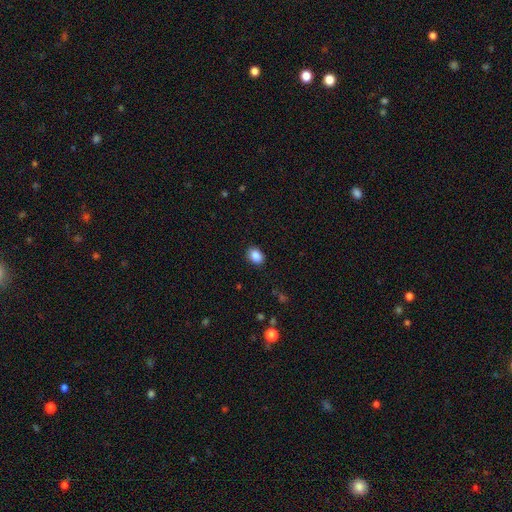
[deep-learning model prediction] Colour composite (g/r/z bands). It shows a smooth galaxy with no disk features (88%) that is in between round and cigar-shaped (72%). Merging: none (87%).